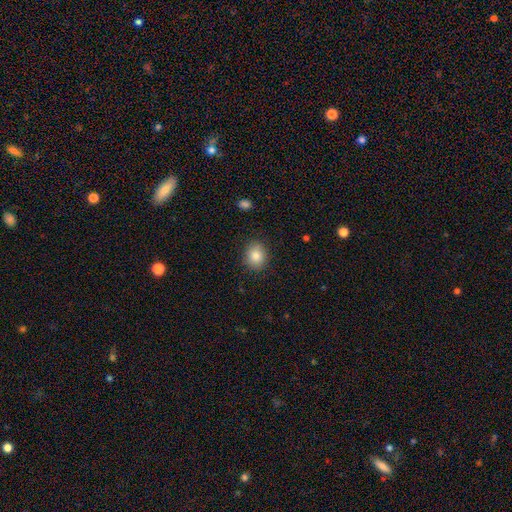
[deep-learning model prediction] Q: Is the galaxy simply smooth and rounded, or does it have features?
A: smooth — 84%.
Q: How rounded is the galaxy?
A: round — 63%.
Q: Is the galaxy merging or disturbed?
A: none — 87%.